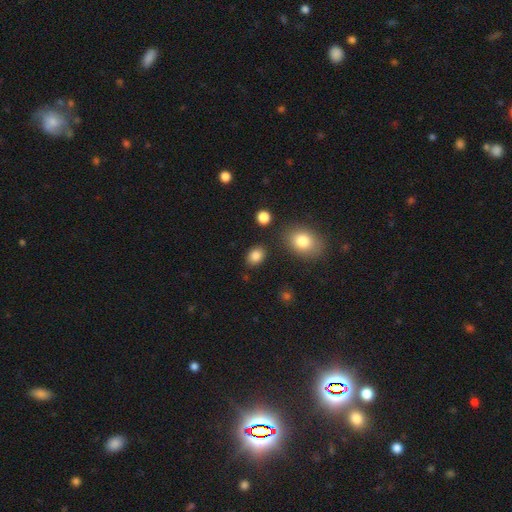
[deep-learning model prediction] A smooth galaxy with no disk features (85%) that is in between round and cigar-shaped (70%).

Vote fractions:
- Smooth or featured? smooth: 85% / star or artifact: 9% / featured or disk: 6%
- How rounded? in between: 70% / round: 29% / cigar-shaped: 1%
- Merging? none: 84% / minor disturbance: 9% / merger: 4% / major disturbance: 3%